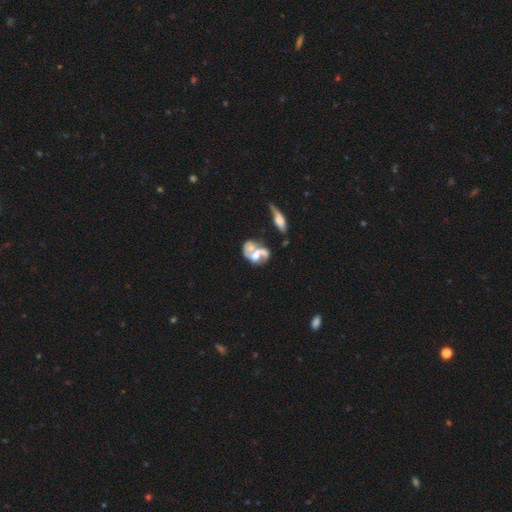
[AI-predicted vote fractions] This appears to be a featured or disk galaxy (60%) with no bar (79%), no spiral arms (57%) and a moderate central bulge (40%). Merging: merger (60%).